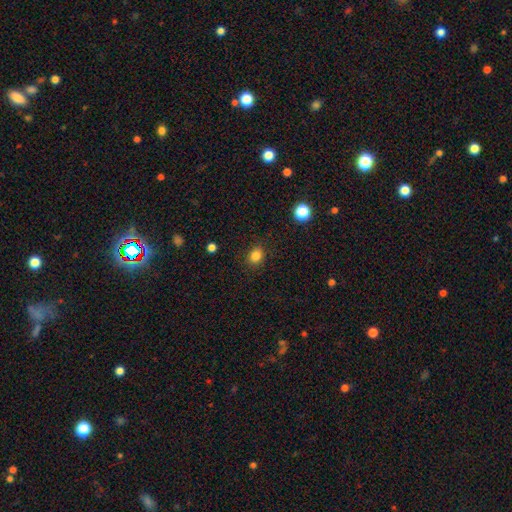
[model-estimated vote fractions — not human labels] Smooth or featured?
  - smooth: 84% *
  - star or artifact: 12%
  - featured or disk: 4%
How rounded?
  - round: 60% *
  - in between: 39%
  - cigar-shaped: 1%
Merging?
  - none: 87% *
  - minor disturbance: 9%
  - major disturbance: 3%
  - merger: 1%